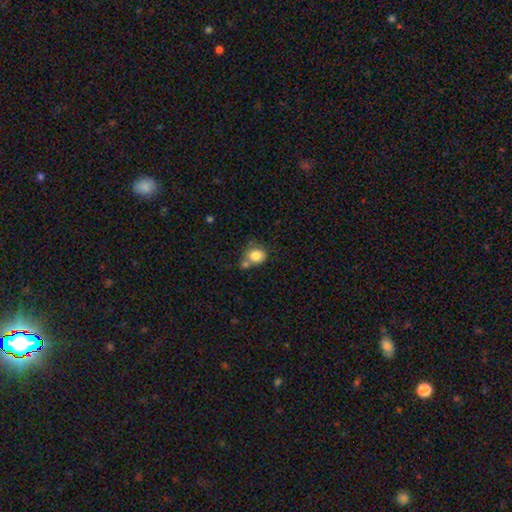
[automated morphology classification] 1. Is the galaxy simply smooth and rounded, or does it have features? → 82% smooth, 9% featured or disk, 9% star or artifact.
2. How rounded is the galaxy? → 73% round, 26% in between, 1% cigar-shaped.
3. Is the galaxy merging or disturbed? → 47% none, 31% merger, 15% minor disturbance, 6% major disturbance.